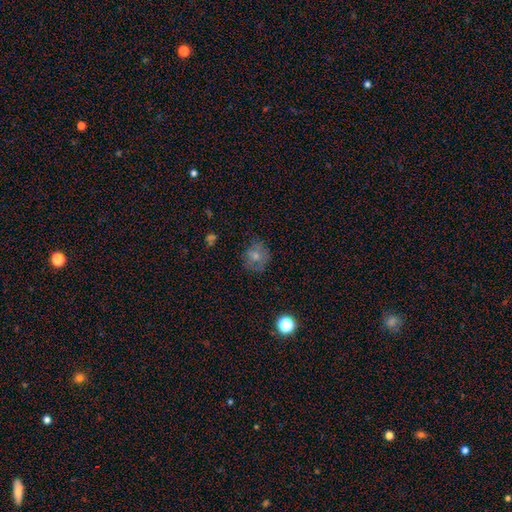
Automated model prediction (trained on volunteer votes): Morphology: type=smooth (70%); roundness=round (79%); merging=none (66%).